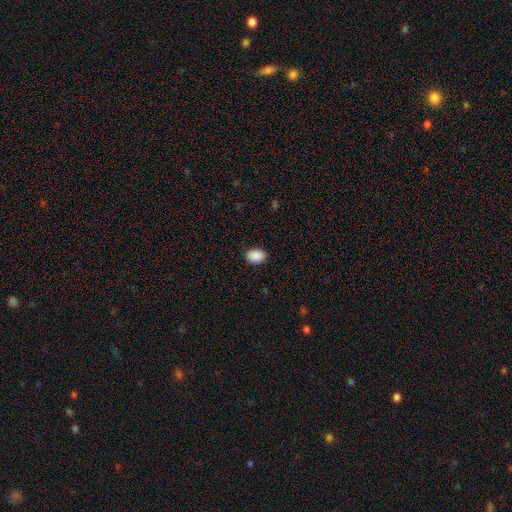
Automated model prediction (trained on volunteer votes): Morphology: type=smooth (90%); roundness=in between (81%); merging=none (88%).